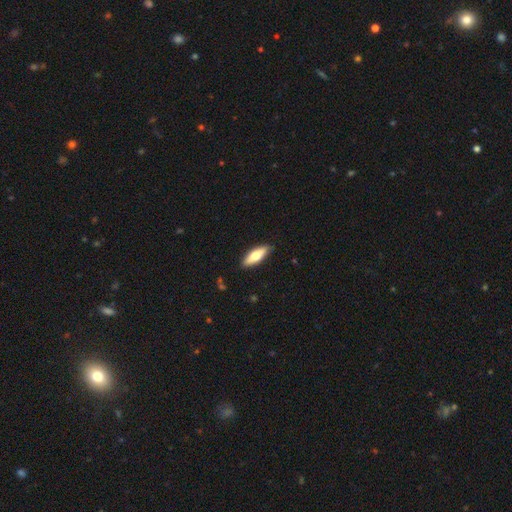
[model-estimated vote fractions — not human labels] Q: Smooth or featured?
A: smooth (66%); runner-up: featured or disk (29%)
Q: How rounded?
A: in between (55%); runner-up: cigar-shaped (43%)
Q: Merging?
A: none (87%); runner-up: minor disturbance (10%)